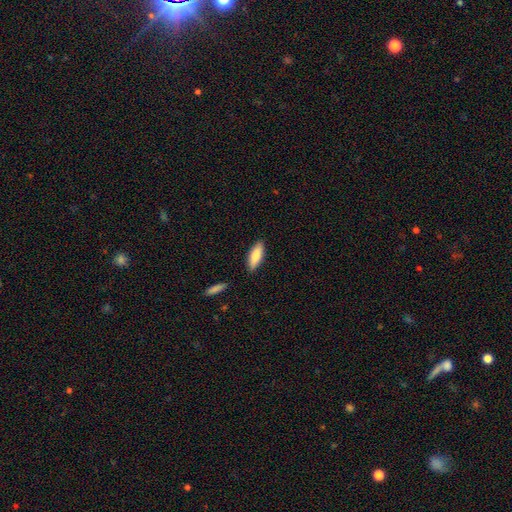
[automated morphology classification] This appears to be a smooth galaxy with no disk features (82%) that is in between round and cigar-shaped (59%). Merging: none (87%).